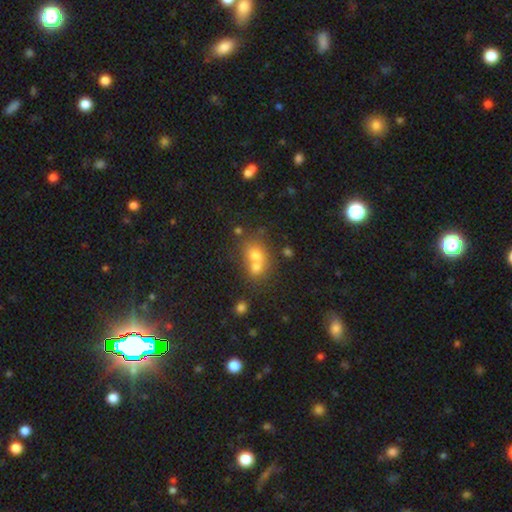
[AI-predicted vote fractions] Morphology: type=smooth (67%); roundness=round (62%); merging=merger (61%).